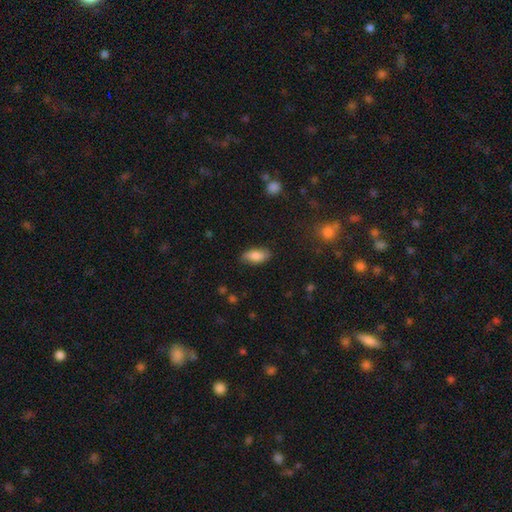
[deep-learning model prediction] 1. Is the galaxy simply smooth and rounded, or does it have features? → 83% smooth, 10% featured or disk, 7% star or artifact.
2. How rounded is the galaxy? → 90% in between, 7% cigar-shaped, 3% round.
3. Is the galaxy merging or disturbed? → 82% none, 14% minor disturbance, 3% major disturbance, 1% merger.